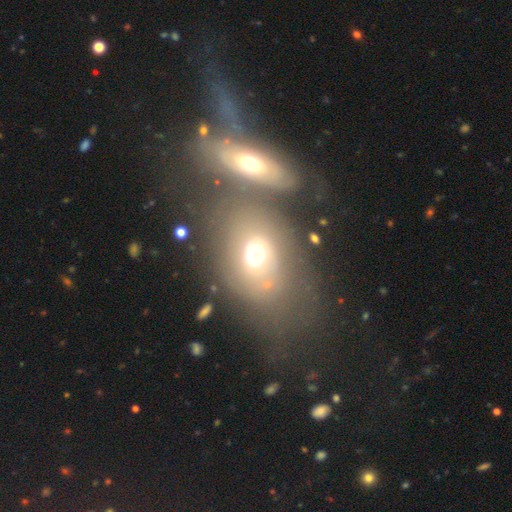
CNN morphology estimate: Overall: smooth (47%; featured or disk 42%). Merging: merger (43%; none 33%).